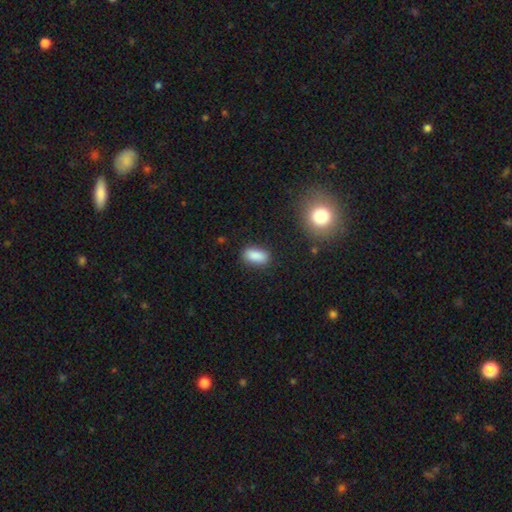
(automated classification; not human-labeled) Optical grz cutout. It shows a smooth galaxy with no disk features (87%) that is in between round and cigar-shaped (88%). Merging: none (82%).